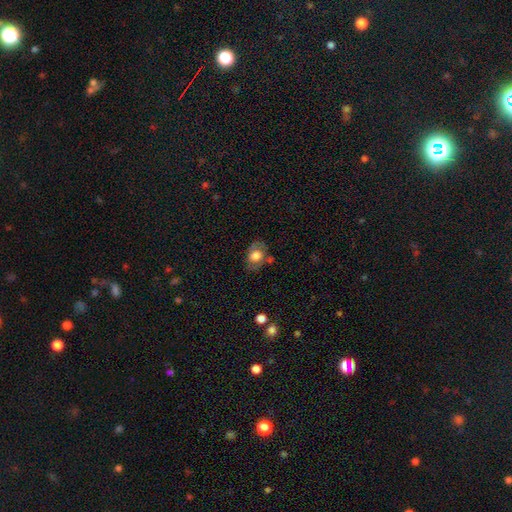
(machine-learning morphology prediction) Smooth or featured: smooth — 63% (featured or disk — 30%)
How rounded: in between — 71% (round — 28%)
Merging: none — 66% (minor disturbance — 21%)